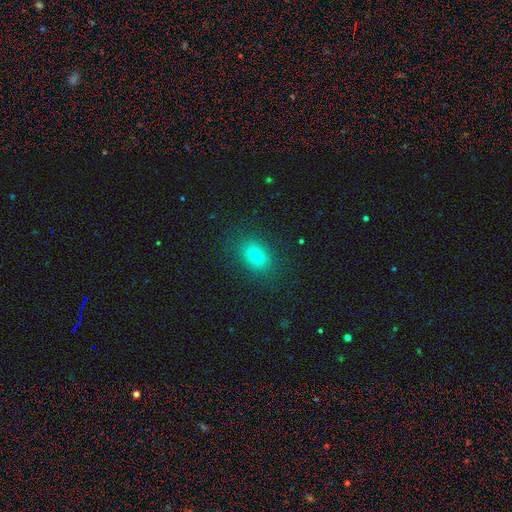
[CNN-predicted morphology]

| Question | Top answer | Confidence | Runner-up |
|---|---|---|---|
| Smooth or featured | smooth | 75% | star or artifact (14%) |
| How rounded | in between | 70% | round (28%) |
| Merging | none | 85% | minor disturbance (10%) |